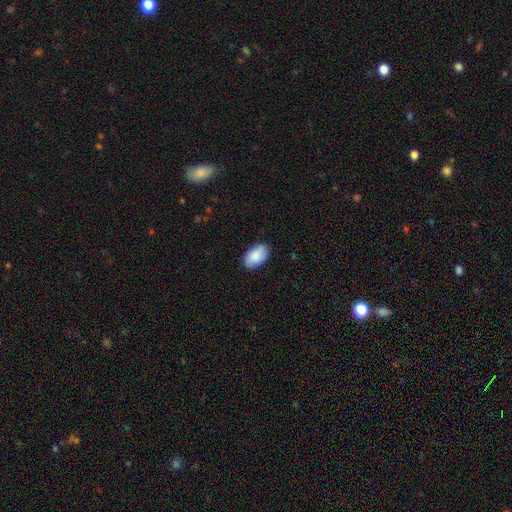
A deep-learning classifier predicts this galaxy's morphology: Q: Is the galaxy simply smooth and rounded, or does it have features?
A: smooth — 88%.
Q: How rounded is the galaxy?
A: in between — 95%.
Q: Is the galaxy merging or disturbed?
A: none — 87%.